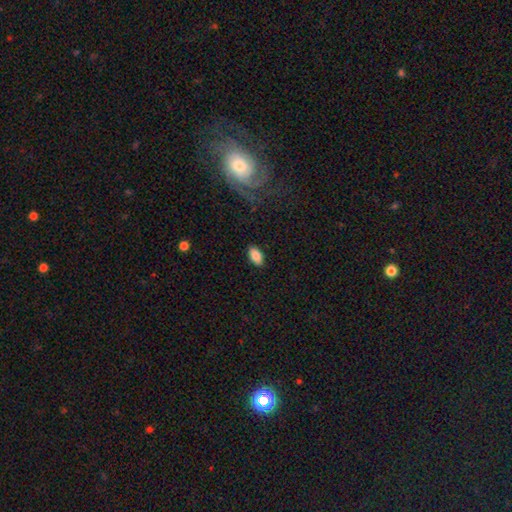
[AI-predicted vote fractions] smooth_or_featured: smooth (p=0.86) [alt: star or artifact p=0.07]
how_rounded: in between (p=0.93) [alt: cigar-shaped p=0.04]
merging: none (p=0.87) [alt: minor disturbance p=0.09]